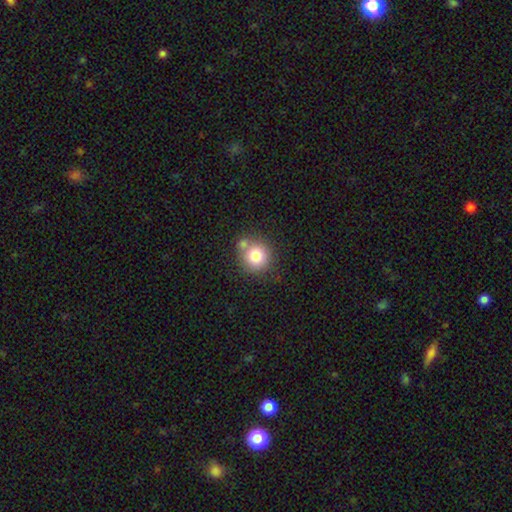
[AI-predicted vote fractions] A smooth galaxy with no disk features (78%) that is round (91%).

Vote fractions:
- Smooth or featured? smooth: 78% / featured or disk: 11% / star or artifact: 11%
- How rounded? round: 91% / in between: 8% / cigar-shaped: 1%
- Merging? none: 61% / merger: 23% / minor disturbance: 12% / major disturbance: 4%